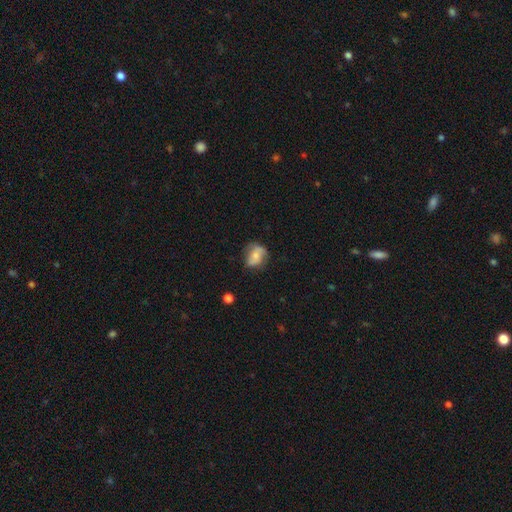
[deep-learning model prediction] The model was most divided on "how rounded": in between: 56%, round: 43%, cigar-shaped: 2%. More confident: merging — none (58%); smooth or featured — smooth (54%).